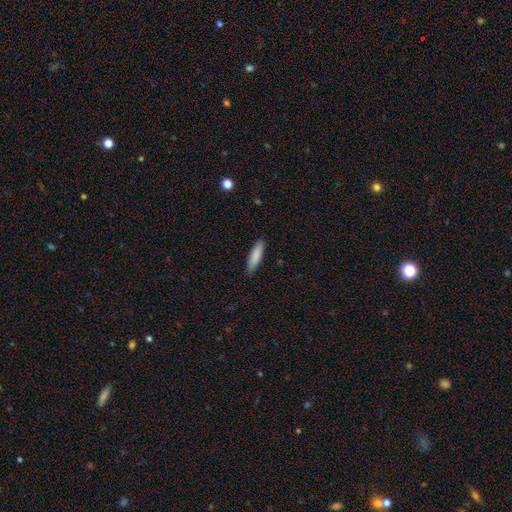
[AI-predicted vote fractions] smooth_or_featured: smooth (p=0.86) [alt: featured or disk p=0.08]
how_rounded: cigar-shaped (p=0.66) [alt: in between p=0.32]
merging: none (p=0.89) [alt: minor disturbance p=0.08]